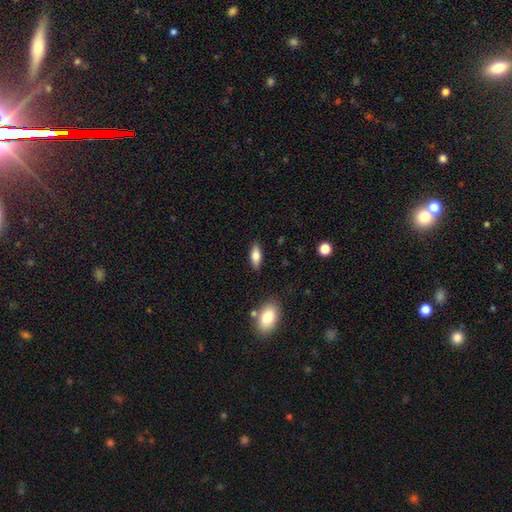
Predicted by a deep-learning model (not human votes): Smooth or featured: smooth — 78% (featured or disk — 15%)
How rounded: in between — 79% (cigar-shaped — 18%)
Merging: none — 85% (minor disturbance — 10%)